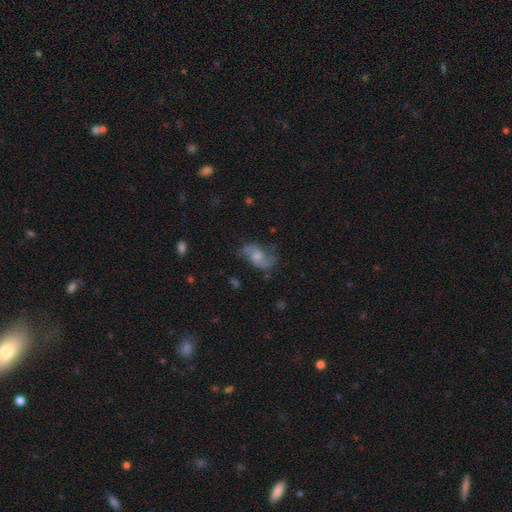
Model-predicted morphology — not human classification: Q: Smooth or featured?
A: featured or disk (67%); runner-up: smooth (22%)
Q: Edge-on disk?
A: no (95%); runner-up: yes (5%)
Q: Bar?
A: no (63%); runner-up: weak (31%)
Q: Spiral arms?
A: yes (89%); runner-up: no (11%)
Q: Spiral winding?
A: loose (49%); runner-up: medium (39%)
Q: Spiral arm count?
A: 2 (83%); runner-up: can't tell (8%)
Q: Bulge size?
A: moderate (50%); runner-up: small (30%)
Q: Merging?
A: none (65%); runner-up: minor disturbance (21%)